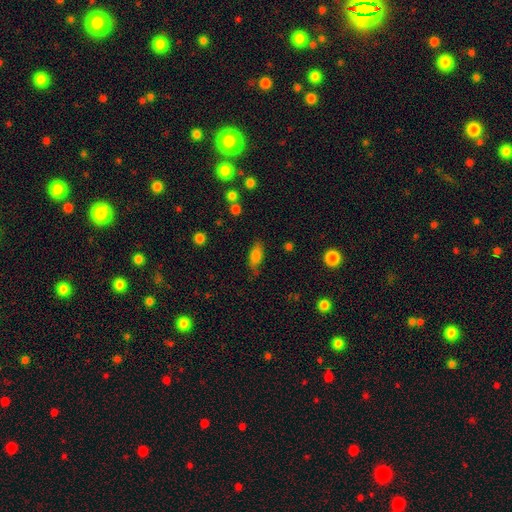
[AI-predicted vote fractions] This appears to be a smooth galaxy with no disk features (79%) that is in between round and cigar-shaped (80%). Merging: none (69%).